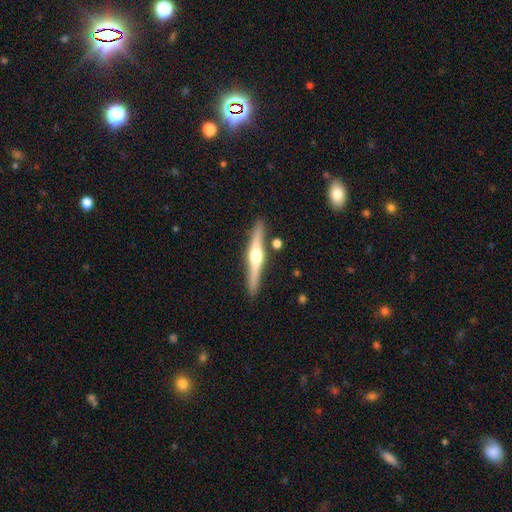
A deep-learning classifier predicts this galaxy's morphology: Smooth or featured: featured or disk — 73% (smooth — 22%)
Edge-on disk: yes — 98% (no — 2%)
Edge-on bulge: rounded — 94% (boxy — 3%)
Merging: none — 86% (minor disturbance — 8%)